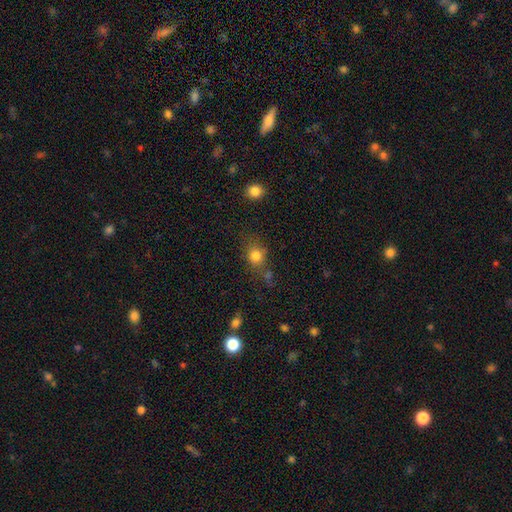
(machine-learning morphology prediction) Smooth or featured?
  - smooth: 80% *
  - star or artifact: 12%
  - featured or disk: 8%
How rounded?
  - round: 63% *
  - in between: 35%
  - cigar-shaped: 2%
Merging?
  - none: 64% *
  - minor disturbance: 19%
  - merger: 9%
  - major disturbance: 8%